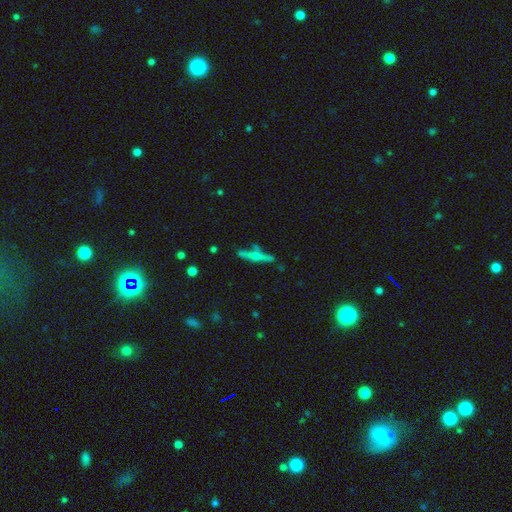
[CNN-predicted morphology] Smooth or featured? smooth (46%, tied with featured or disk)
Merging? none (70%)